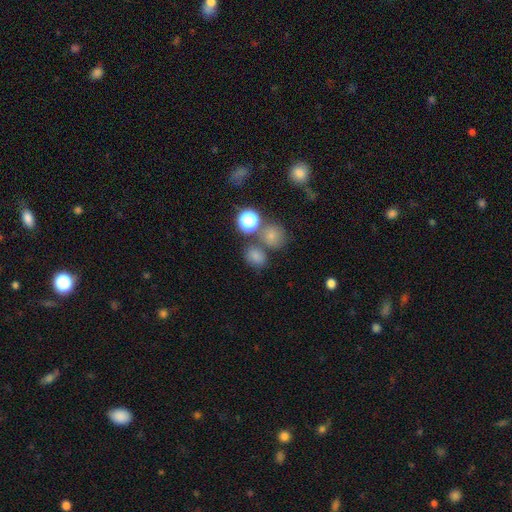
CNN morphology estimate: smooth 74%, star or artifact 18%, featured or disk 8%. Down the decision tree: how rounded — round (56%); merging — none (60%).